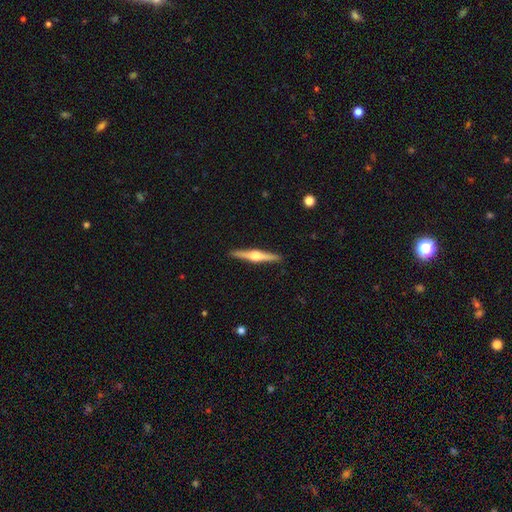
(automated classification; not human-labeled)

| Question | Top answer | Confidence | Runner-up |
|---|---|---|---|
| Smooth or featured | featured or disk | 75% | smooth (20%) |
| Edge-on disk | yes | 98% | no (2%) |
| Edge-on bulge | rounded | 91% | boxy (6%) |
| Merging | none | 92% | minor disturbance (6%) |